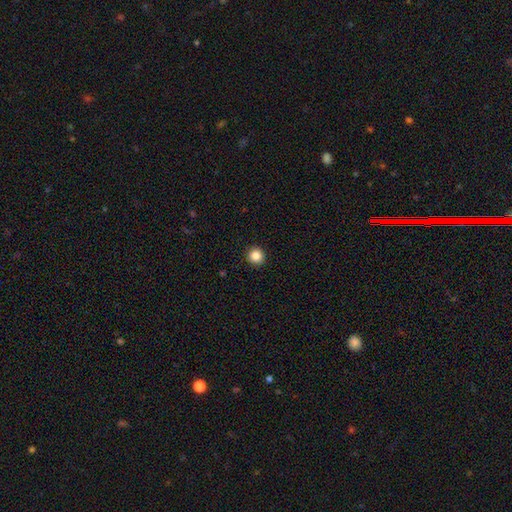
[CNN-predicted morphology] Smooth or featured? smooth (86%)
How rounded? round (95%)
Merging? none (93%)